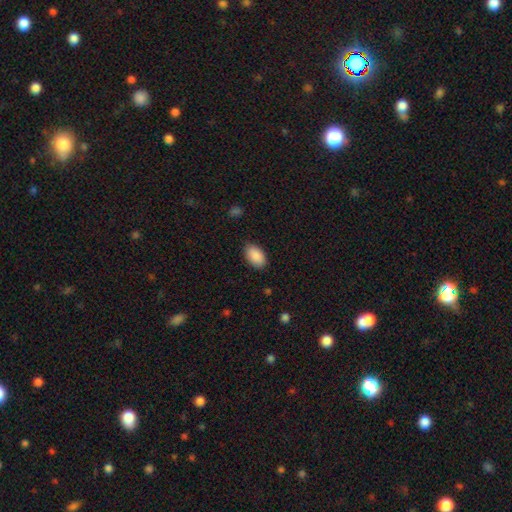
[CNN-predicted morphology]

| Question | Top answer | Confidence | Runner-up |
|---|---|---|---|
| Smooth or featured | smooth | 90% | star or artifact (7%) |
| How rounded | in between | 93% | round (6%) |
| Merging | none | 87% | minor disturbance (10%) |